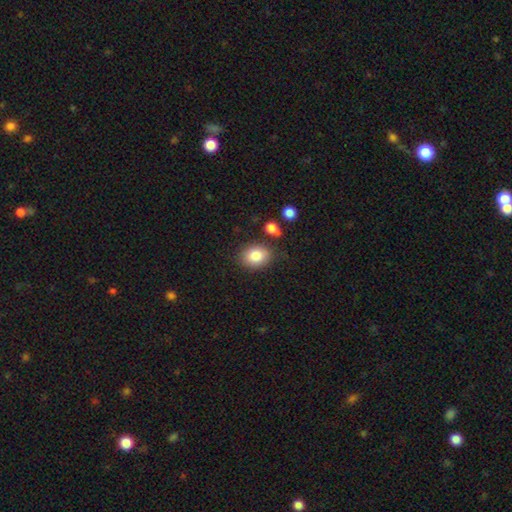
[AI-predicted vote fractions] Smooth or featured? Predicted: smooth (p=0.84). How rounded? Predicted: in between (p=0.57). Merging? Predicted: none (p=0.79).